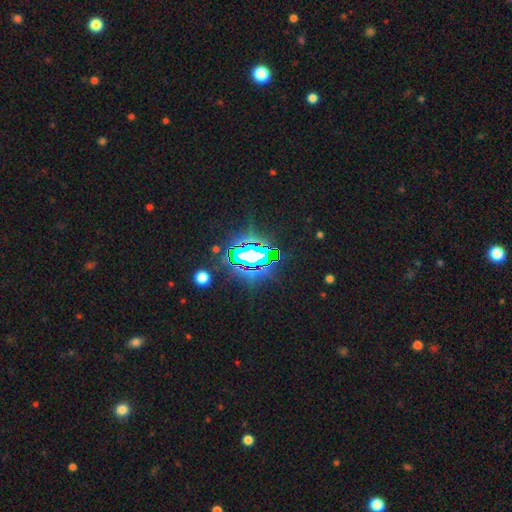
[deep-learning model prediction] A star or artifact, not a galaxy (73%).